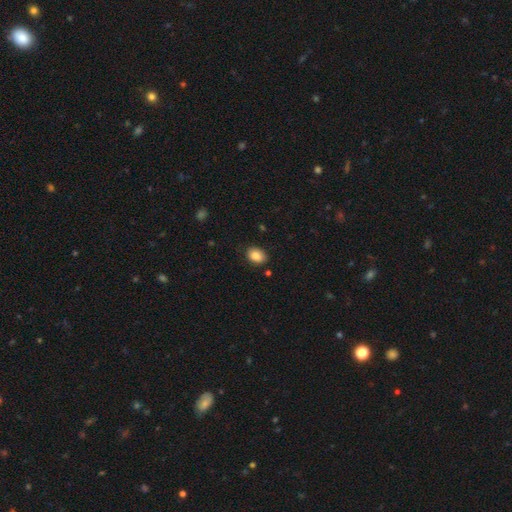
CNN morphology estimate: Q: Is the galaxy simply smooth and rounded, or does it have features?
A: smooth — 86%.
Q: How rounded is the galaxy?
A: in between — 73%.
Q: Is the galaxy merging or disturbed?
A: none — 84%.